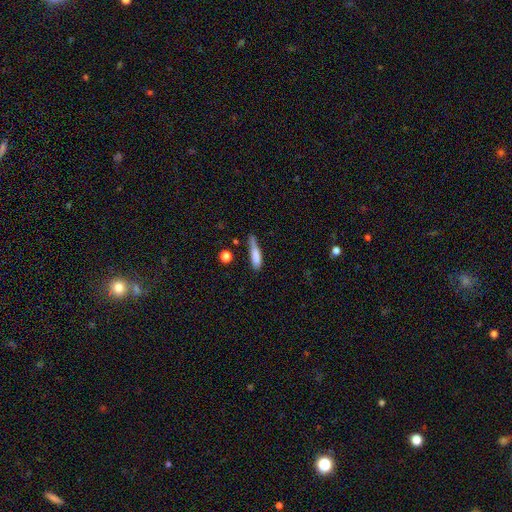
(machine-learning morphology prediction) This is likely a smooth galaxy (78%). How rounded: likely cigar-shaped (76%). Merging: possibly none (49%).